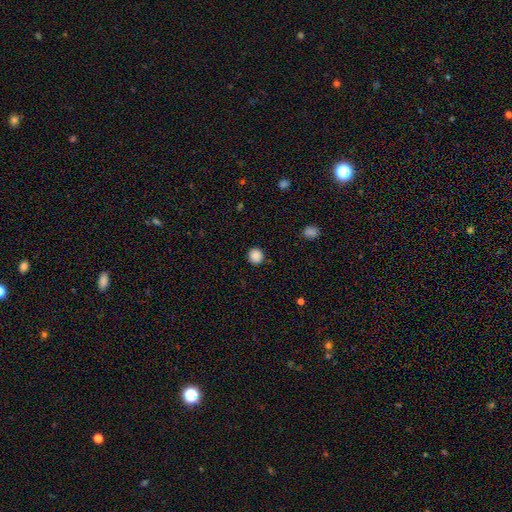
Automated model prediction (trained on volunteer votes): Smooth or featured?
  - smooth: 87% *
  - star or artifact: 10%
  - featured or disk: 3%
How rounded?
  - round: 92% *
  - in between: 7%
  - cigar-shaped: 1%
Merging?
  - none: 91% *
  - minor disturbance: 6%
  - major disturbance: 2%
  - merger: 1%